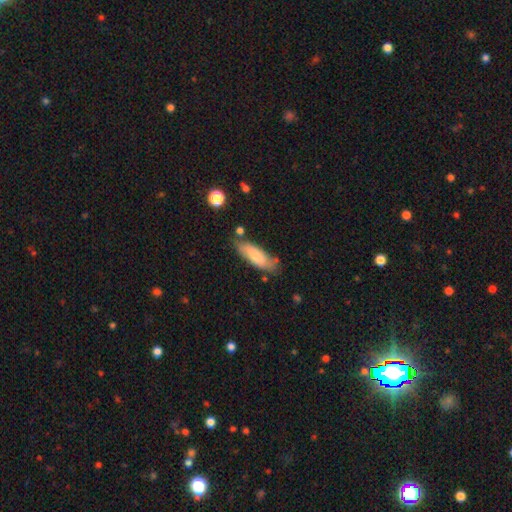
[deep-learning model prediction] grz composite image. It shows a smooth galaxy with no disk features (69%) that is in between round and cigar-shaped (62%). Merging: none (70%).